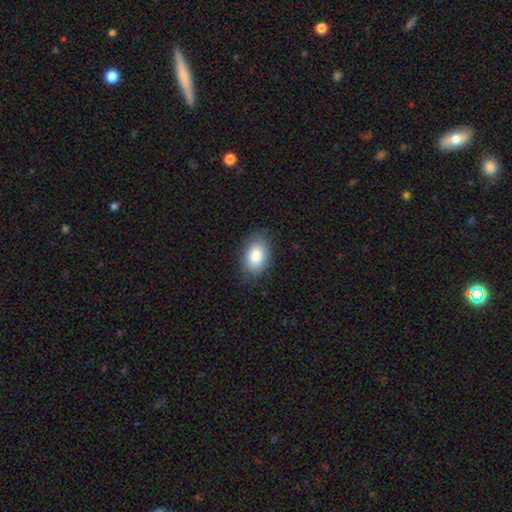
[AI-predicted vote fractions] smooth 83%, featured or disk 9%, star or artifact 7%. Down the decision tree: how rounded — in between (86%); merging — none (81%).